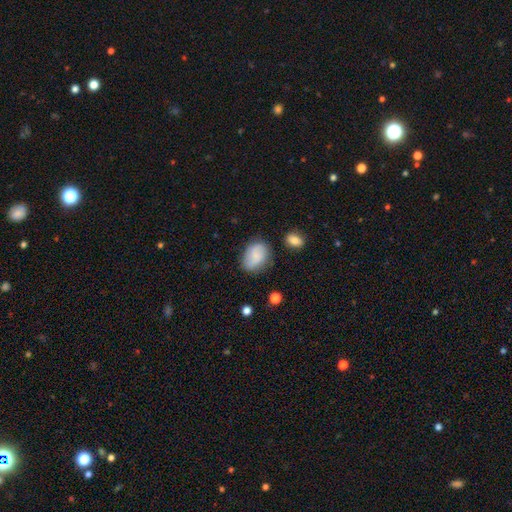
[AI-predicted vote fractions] The model was most divided on "merging": none: 68%, minor disturbance: 22%, major disturbance: 6%, merger: 4%. More confident: how rounded — in between (74%); smooth or featured — smooth (71%).